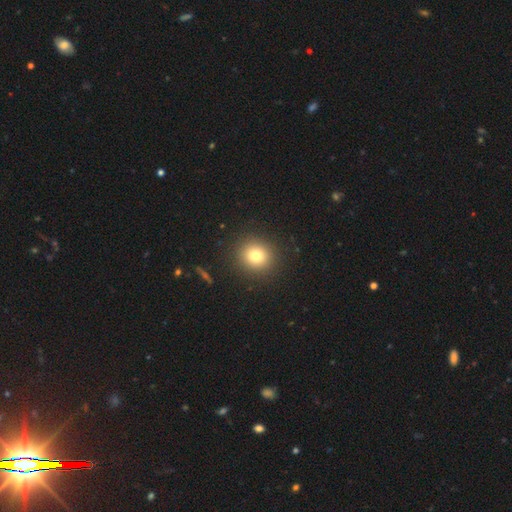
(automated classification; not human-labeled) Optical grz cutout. It shows a smooth galaxy with no disk features (79%) that is round (86%). Merging: none (90%).